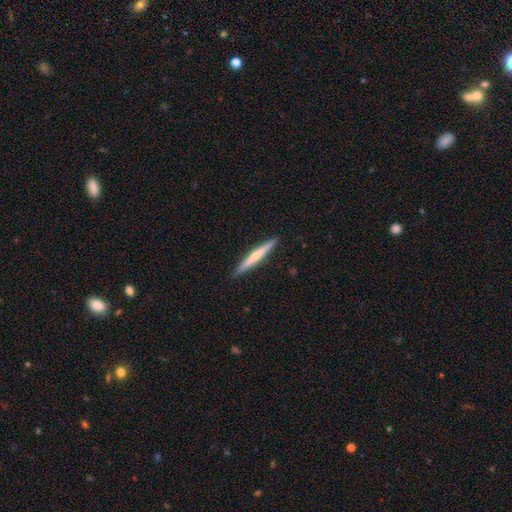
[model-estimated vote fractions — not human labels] This appears to be a featured or disk galaxy (51%) viewed edge-on (97%). Merging: none (91%).